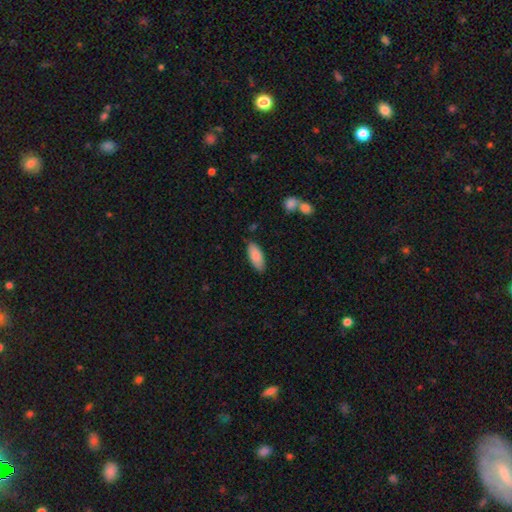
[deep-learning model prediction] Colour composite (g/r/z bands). It shows a smooth galaxy with no disk features (85%) that is in between round and cigar-shaped (82%). Merging: none (82%).